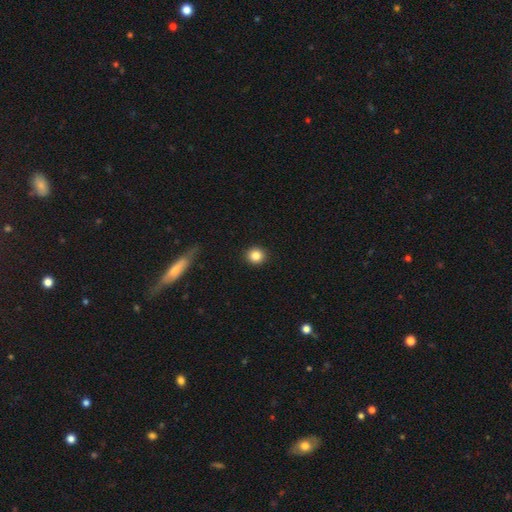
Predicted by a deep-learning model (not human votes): Smooth or featured? smooth (84%)
How rounded? round (90%)
Merging? none (92%)